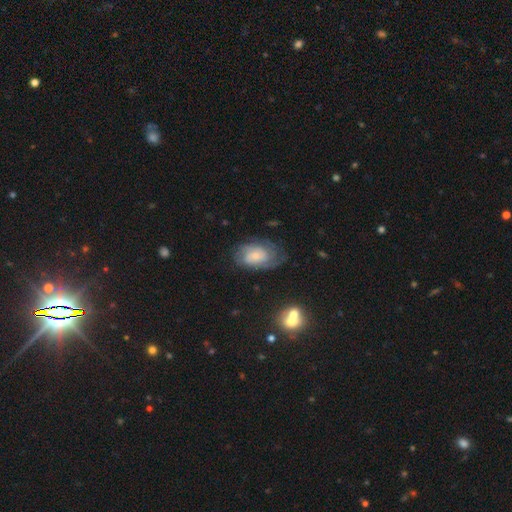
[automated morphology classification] Smooth or featured? featured or disk (67%)
Edge-on disk? no (96%)
Bar? no (73%)
Spiral arms? yes (89%)
Spiral winding? tight (56%)
Spiral arm count? can't tell (42%)
Bulge size? small (65%)
Merging? none (63%)